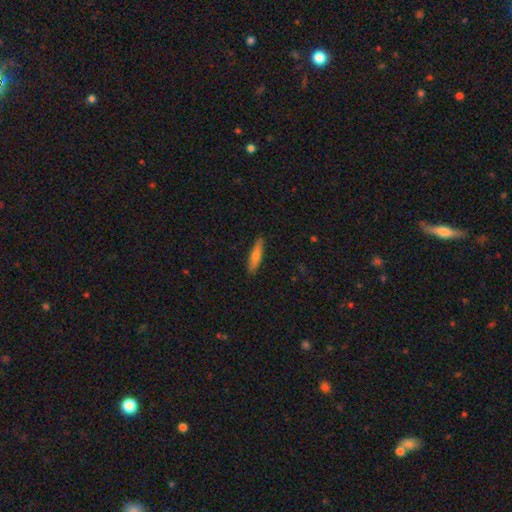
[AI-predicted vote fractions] Smooth or featured? smooth (66%)
How rounded? cigar-shaped (81%)
Merging? none (89%)